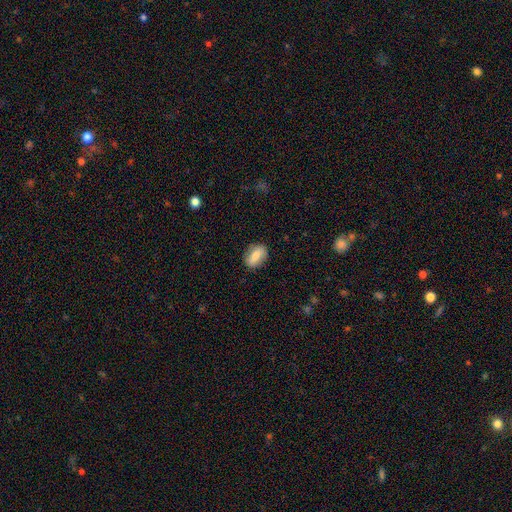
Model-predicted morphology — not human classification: The model was most divided on "smooth or featured": smooth: 76%, featured or disk: 17%, star or artifact: 7%. More confident: merging — none (84%); how rounded — in between (84%).